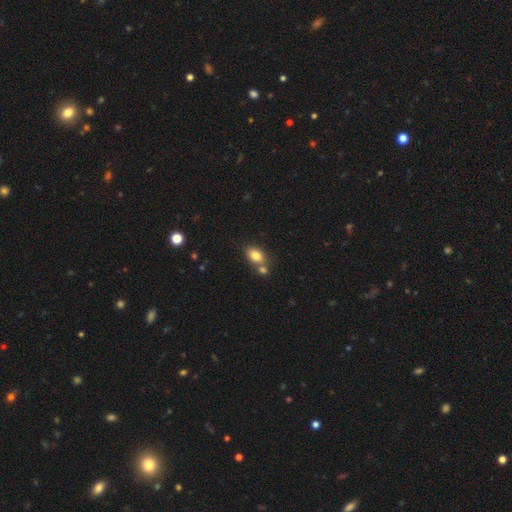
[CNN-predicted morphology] Smooth or featured?
  - smooth: 80% *
  - featured or disk: 10%
  - star or artifact: 9%
How rounded?
  - in between: 79% *
  - round: 19%
  - cigar-shaped: 2%
Merging?
  - none: 53% *
  - merger: 32%
  - minor disturbance: 12%
  - major disturbance: 3%